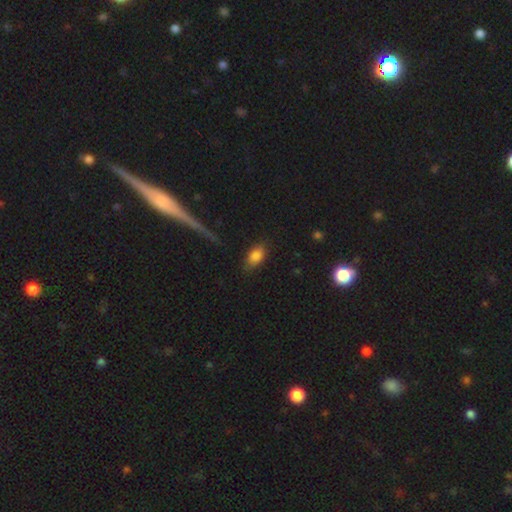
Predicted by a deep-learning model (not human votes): Smooth or featured? smooth (84%)
How rounded? in between (88%)
Merging? none (76%)